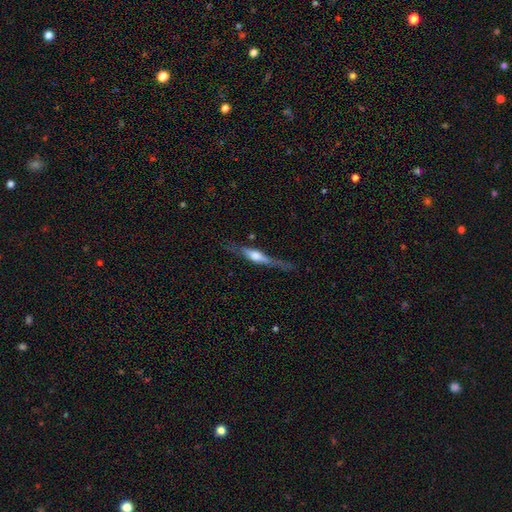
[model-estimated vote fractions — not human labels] A featured or disk galaxy (68%) viewed edge-on (94%) with a rounded central bulge (76%). Merging: none (72%).